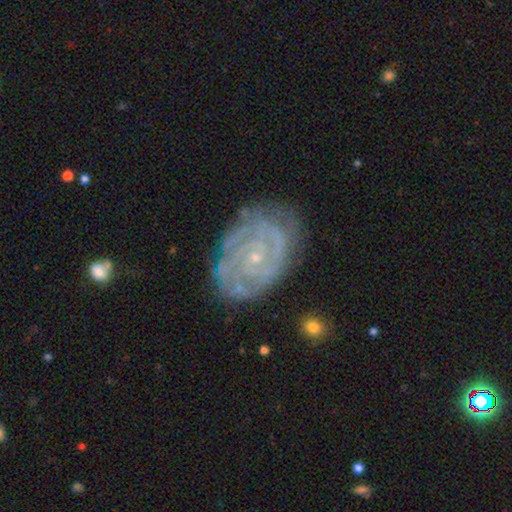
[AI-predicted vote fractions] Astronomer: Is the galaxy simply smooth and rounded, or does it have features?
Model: featured or disk — 84%.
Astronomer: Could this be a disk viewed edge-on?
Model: no — 97%.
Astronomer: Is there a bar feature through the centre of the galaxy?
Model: no — 74%.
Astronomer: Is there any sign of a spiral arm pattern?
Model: yes — 95%.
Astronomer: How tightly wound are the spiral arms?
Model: tight — 76%.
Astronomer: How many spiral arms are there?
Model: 2 — 29%, tied with can't tell at 29%.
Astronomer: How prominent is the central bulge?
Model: small — 85%.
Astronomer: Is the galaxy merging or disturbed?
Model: none — 76%.